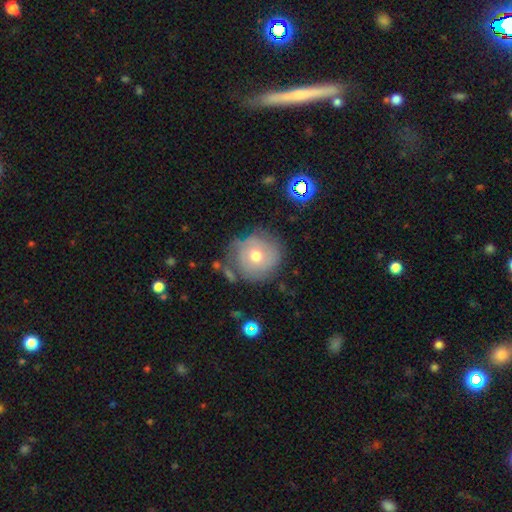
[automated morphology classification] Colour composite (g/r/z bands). It shows a smooth galaxy with no disk features (53%) that is round (93%). Merging: none (70%).